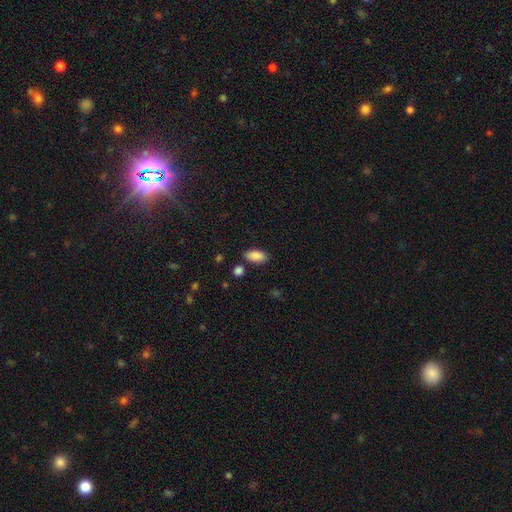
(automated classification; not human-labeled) smooth-or-featured: smooth: 88% | star or artifact: 7% | featured or disk: 5%
  how-rounded: in between: 92% | cigar-shaped: 5% | round: 3%
  merging: none: 81% | minor disturbance: 11% | merger: 5% | major disturbance: 3%